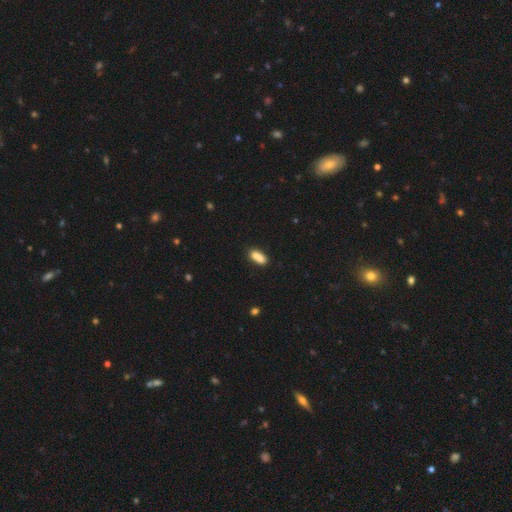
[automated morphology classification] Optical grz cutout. It shows a smooth galaxy with no disk features (78%) that is in between round and cigar-shaped (75%). Merging: none (42%).